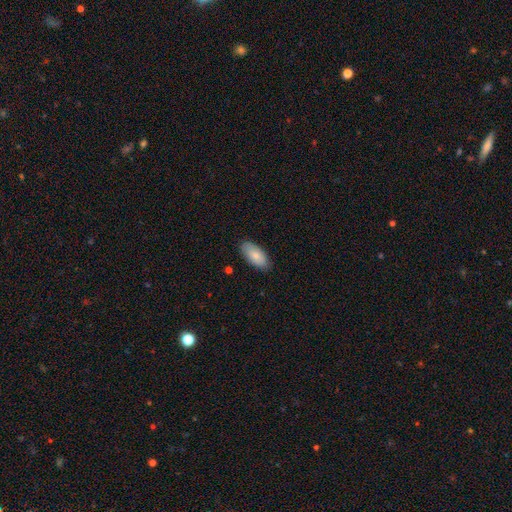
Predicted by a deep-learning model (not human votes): This appears to be a smooth galaxy with no disk features (81%) that is in between round and cigar-shaped (92%). Merging: none (85%).